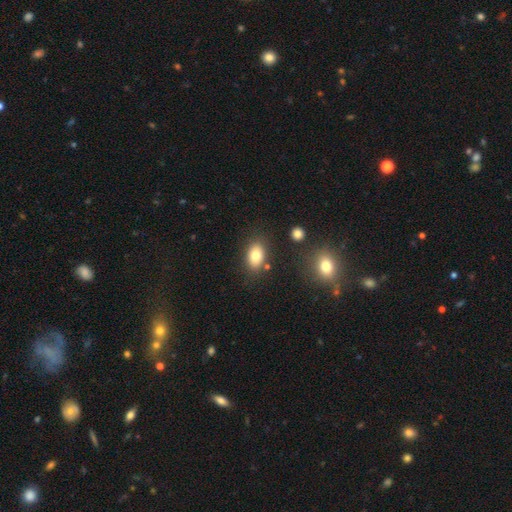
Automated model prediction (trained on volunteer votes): smooth-or-featured: smooth: 80% | featured or disk: 11% | star or artifact: 9%
  how-rounded: in between: 87% | round: 12% | cigar-shaped: 2%
  merging: none: 80% | minor disturbance: 12% | merger: 5% | major disturbance: 3%